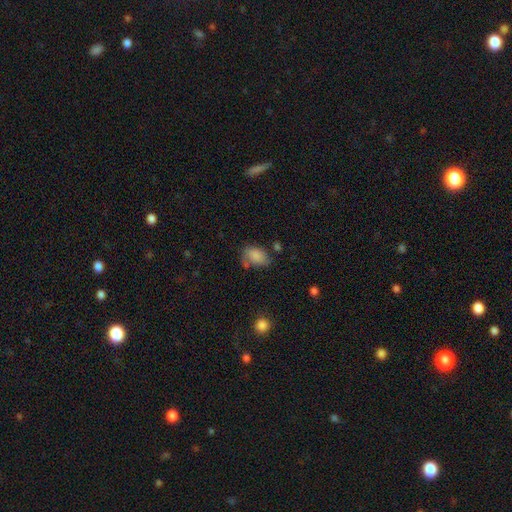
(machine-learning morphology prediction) A smooth galaxy with no disk features (84%) that is in between round and cigar-shaped (84%). Merging: none (56%).